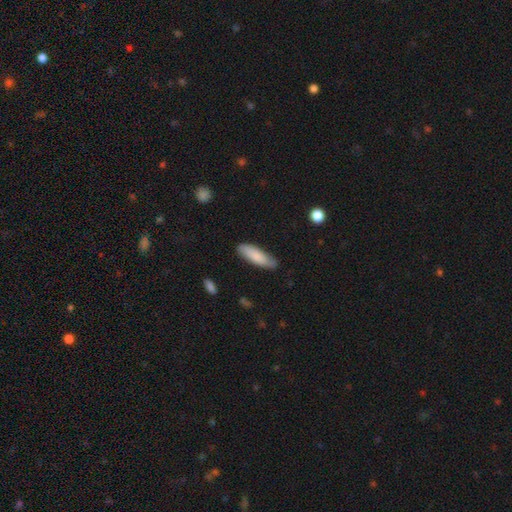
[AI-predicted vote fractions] Smooth or featured? Predicted: smooth (p=0.82). How rounded? Predicted: cigar-shaped (p=0.54). Merging? Predicted: none (p=0.82).